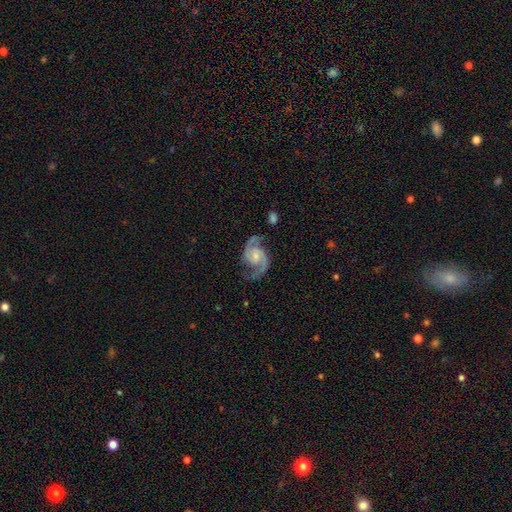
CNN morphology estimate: smooth_or_featured: featured or disk (p=0.92) [alt: star or artifact p=0.04]
disk_edge_on: no (p=0.98) [alt: yes p=0.02]
bar: no (p=0.55) [alt: weak p=0.37]
has_spiral_arms: yes (p=0.98) [alt: no p=0.02]
spiral_winding: medium (p=0.61) [alt: loose p=0.21]
spiral_arm_count: 2 (p=0.94) [alt: can't tell p=0.02]
bulge_size: small (p=0.47) [alt: moderate p=0.37]
merging: none (p=0.74) [alt: minor disturbance p=0.16]